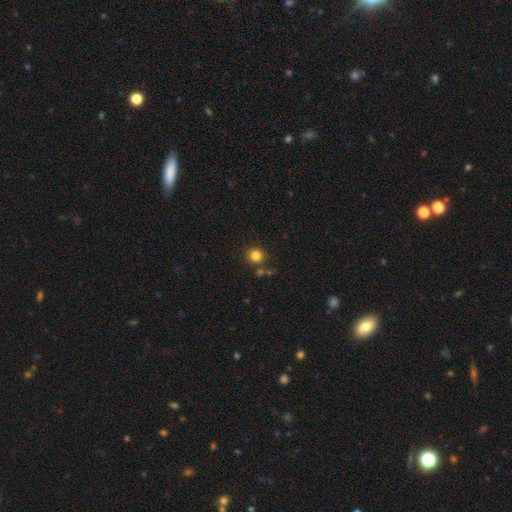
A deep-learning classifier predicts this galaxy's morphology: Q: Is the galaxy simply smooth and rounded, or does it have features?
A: smooth — 82%.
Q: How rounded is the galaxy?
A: round — 92%.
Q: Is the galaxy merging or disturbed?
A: none — 81%.